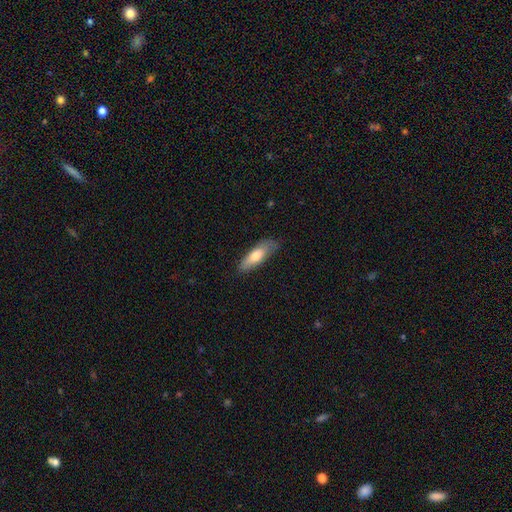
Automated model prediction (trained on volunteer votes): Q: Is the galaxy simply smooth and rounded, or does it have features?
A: smooth — 73%.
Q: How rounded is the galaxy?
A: in between — 52%.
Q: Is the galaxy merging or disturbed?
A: none — 78%.